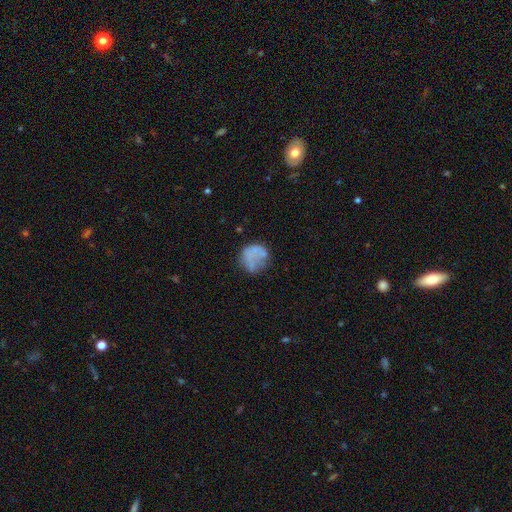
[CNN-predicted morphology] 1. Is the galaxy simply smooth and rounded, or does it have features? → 60% smooth, 27% featured or disk, 13% star or artifact.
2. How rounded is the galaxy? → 77% round, 22% in between, 1% cigar-shaped.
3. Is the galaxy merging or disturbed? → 50% none, 24% minor disturbance, 20% major disturbance, 6% merger.